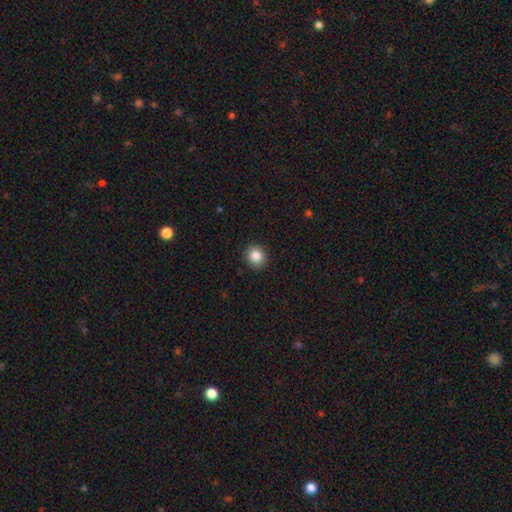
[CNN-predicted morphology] This is clearly a smooth galaxy (86%). How rounded: clearly round (81%). Merging: clearly none (91%).